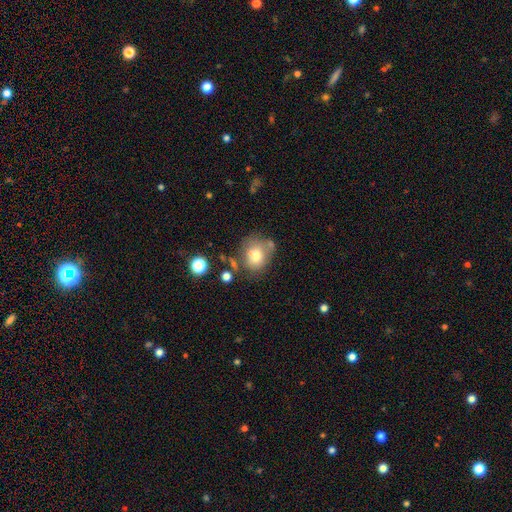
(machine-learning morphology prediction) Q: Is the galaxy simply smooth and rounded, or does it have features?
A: smooth — 70%.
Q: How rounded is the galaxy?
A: round — 67%.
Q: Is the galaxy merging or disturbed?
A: none — 54%.